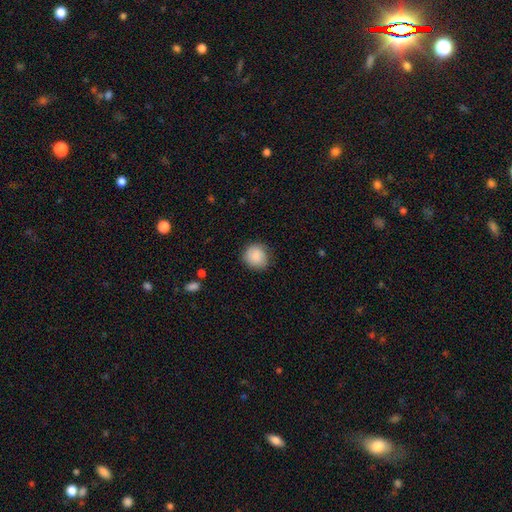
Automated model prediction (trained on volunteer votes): Smooth or featured? smooth (86%)
How rounded? round (87%)
Merging? none (82%)